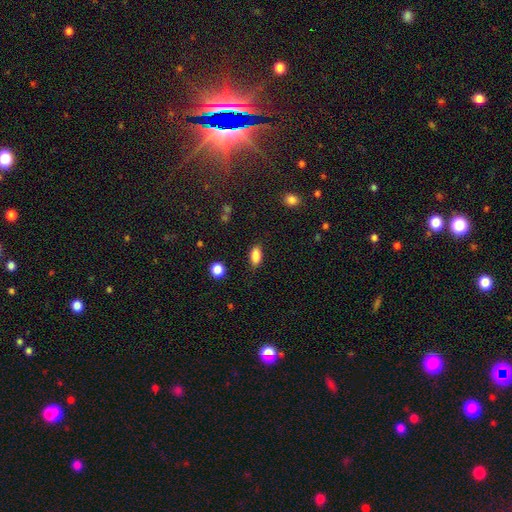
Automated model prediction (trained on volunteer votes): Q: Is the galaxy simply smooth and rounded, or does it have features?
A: smooth — 85%.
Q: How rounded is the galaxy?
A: in between — 87%.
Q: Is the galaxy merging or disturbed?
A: none — 82%.